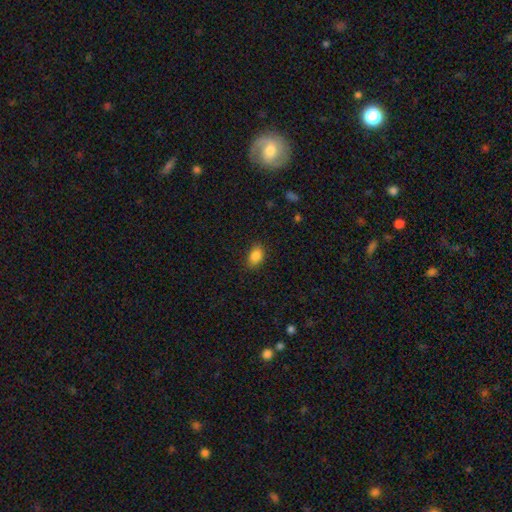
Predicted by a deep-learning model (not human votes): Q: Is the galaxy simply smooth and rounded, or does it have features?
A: smooth — 87%.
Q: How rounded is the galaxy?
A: in between — 84%.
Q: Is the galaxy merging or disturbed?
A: none — 84%.